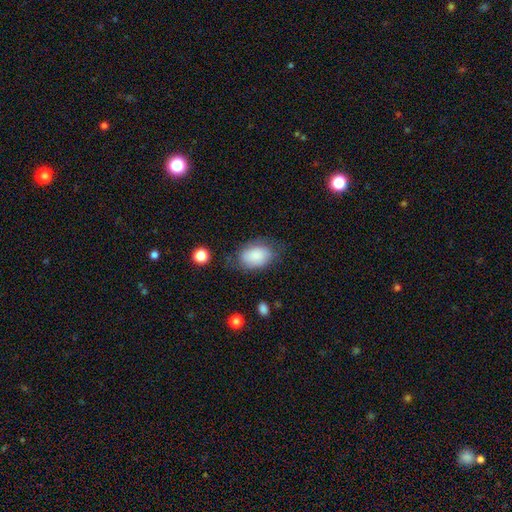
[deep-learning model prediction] Smooth or featured?
  - smooth: 81% *
  - featured or disk: 11%
  - star or artifact: 7%
How rounded?
  - in between: 86% *
  - round: 13%
  - cigar-shaped: 1%
Merging?
  - none: 66% *
  - minor disturbance: 23%
  - major disturbance: 9%
  - merger: 2%